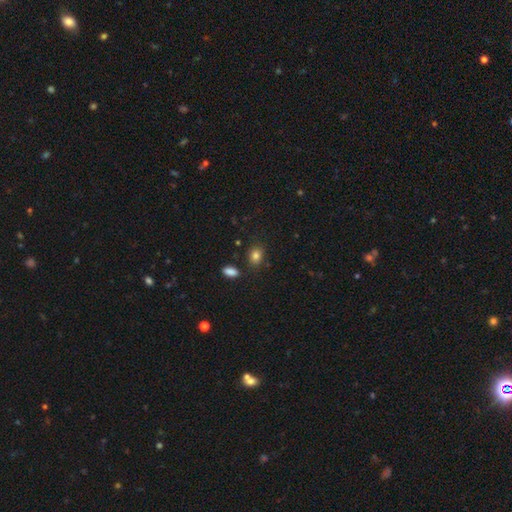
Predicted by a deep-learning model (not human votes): This appears to be a smooth galaxy with no disk features (84%) that is in between round and cigar-shaped (63%). Merging: none (80%).